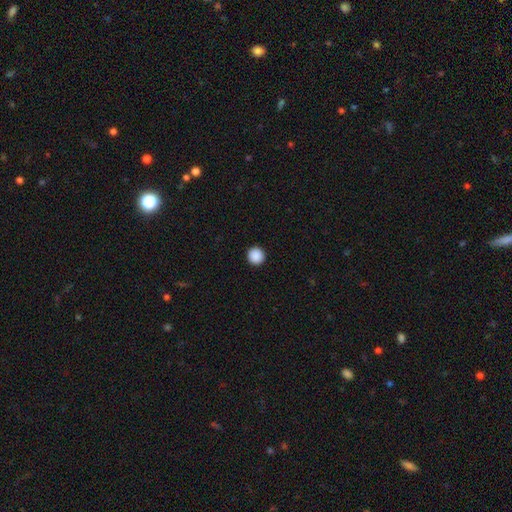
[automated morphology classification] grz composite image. It shows a smooth galaxy with no disk features (89%) that is round (96%). Merging: none (94%).